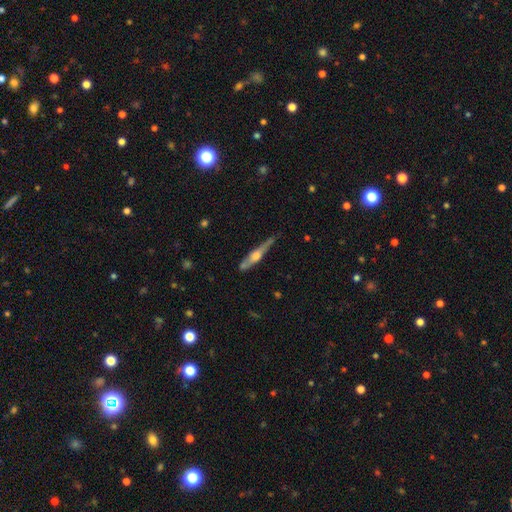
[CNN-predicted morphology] This is likely a featured or disk galaxy (67%). It is clearly viewed edge-on (93%). Edge-on bulge: clearly rounded (82%). Merging: likely none (70%).